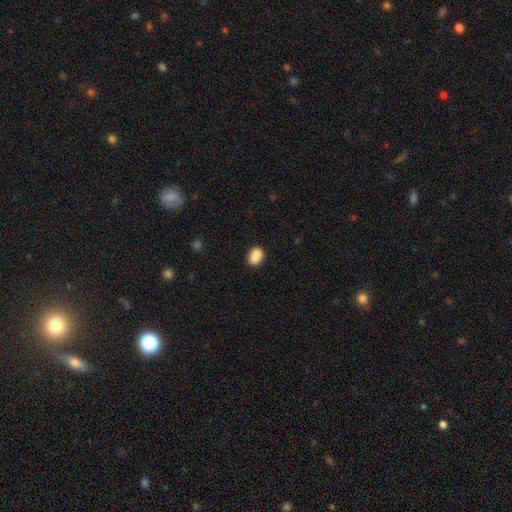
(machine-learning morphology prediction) Smooth or featured? Predicted: smooth (p=0.82). How rounded? Predicted: in between (p=0.60). Merging? Predicted: none (p=0.52).